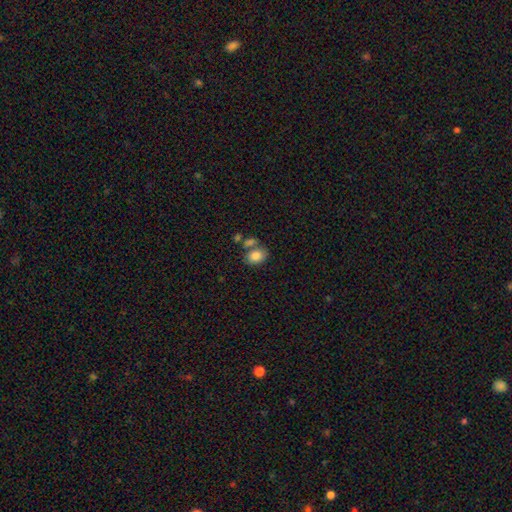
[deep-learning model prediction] The model was most divided on "merging": none: 52%, merger: 28%, minor disturbance: 15%, major disturbance: 5%. More confident: smooth or featured — smooth (83%); how rounded — in between (73%).